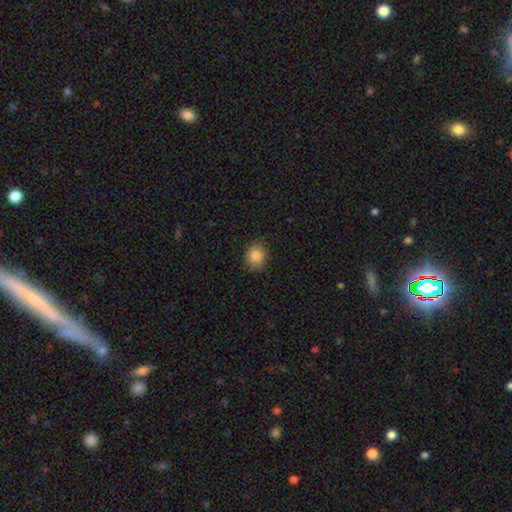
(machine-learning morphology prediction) smooth_or_featured: smooth (p=0.85) [alt: star or artifact p=0.09]
how_rounded: round (p=0.69) [alt: in between p=0.30]
merging: none (p=0.85) [alt: minor disturbance p=0.12]